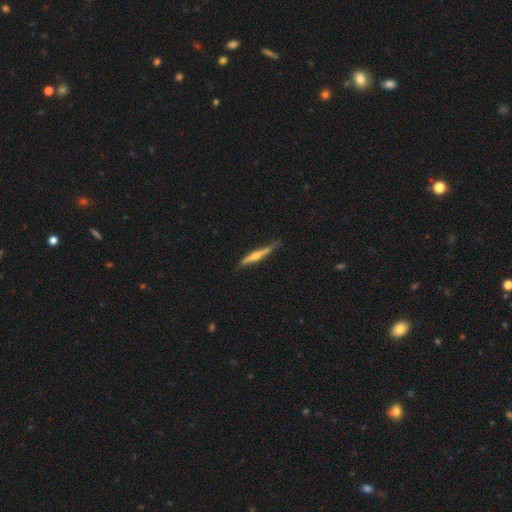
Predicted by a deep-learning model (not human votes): A featured or disk galaxy (60%) viewed edge-on (96%) with a rounded central bulge (76%).

Vote fractions:
- Smooth or featured? featured or disk: 60% / smooth: 34% / star or artifact: 6%
- Edge-on disk? yes: 96% / no: 4%
- Edge-on bulge? rounded: 76% / none: 16% / boxy: 8%
- Merging? none: 73% / minor disturbance: 22% / major disturbance: 4% / merger: 2%